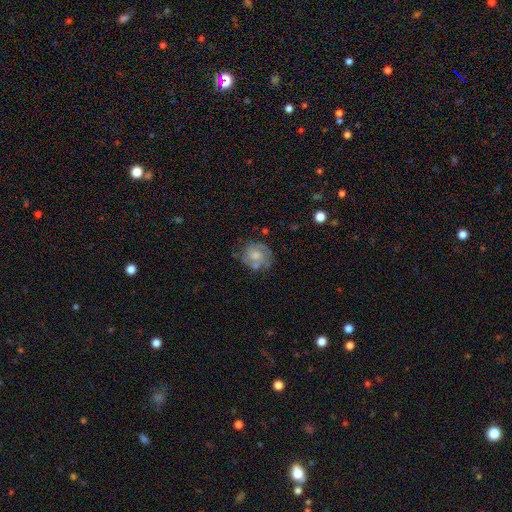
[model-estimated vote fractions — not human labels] smooth_or_featured: featured or disk (p=0.55) [alt: smooth p=0.37]
disk_edge_on: no (p=0.97) [alt: yes p=0.03]
bar: no (p=0.75) [alt: weak p=0.22]
has_spiral_arms: yes (p=0.71) [alt: no p=0.29]
bulge_size: moderate (p=0.47) [alt: small p=0.28]
merging: none (p=0.59) [alt: minor disturbance p=0.23]